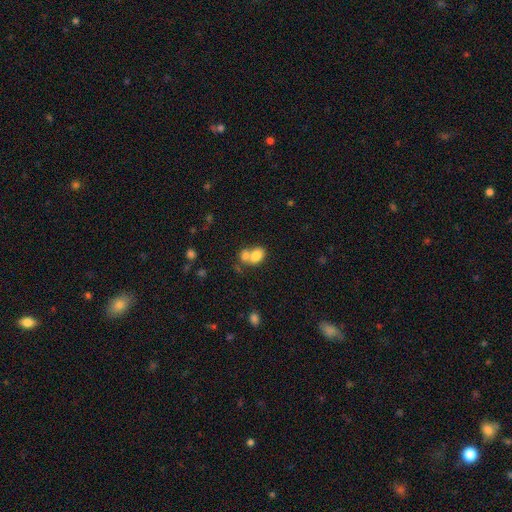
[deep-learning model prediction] Morphology: type=smooth (79%); roundness=in between (73%); merging=merger (57%).